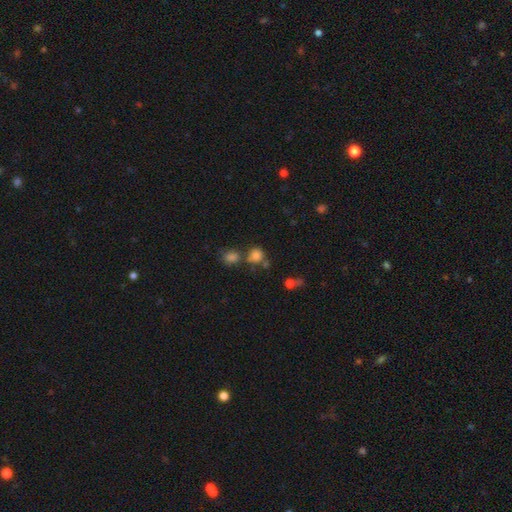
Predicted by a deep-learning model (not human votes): Morphology: type=smooth (77%); roundness=round (81%); merging=none (56%).